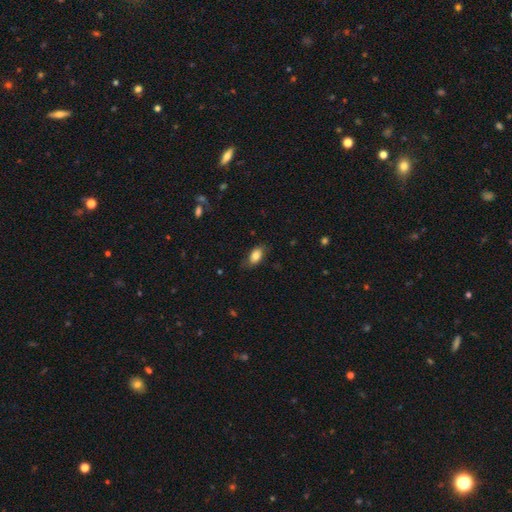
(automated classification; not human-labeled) A smooth galaxy with no disk features (81%) that is in between round and cigar-shaped (90%). Merging: none (74%).